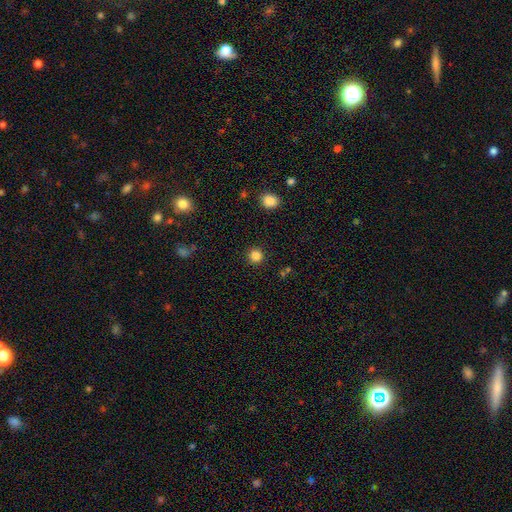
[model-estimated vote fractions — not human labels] Smooth or featured: smooth — 84% (star or artifact — 12%)
How rounded: round — 93% (in between — 6%)
Merging: none — 91% (minor disturbance — 5%)